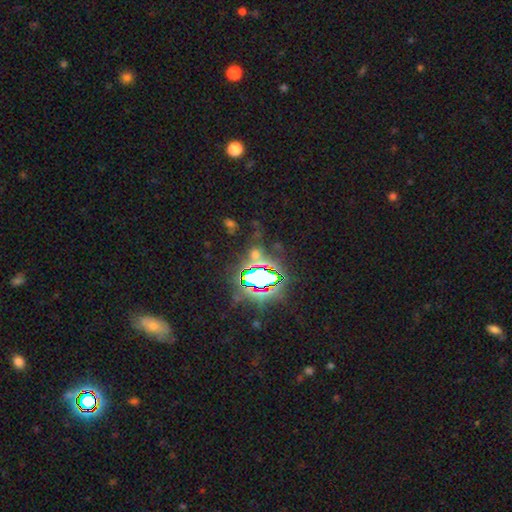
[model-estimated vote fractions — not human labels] This appears to be a star or artifact, not a galaxy (72%).